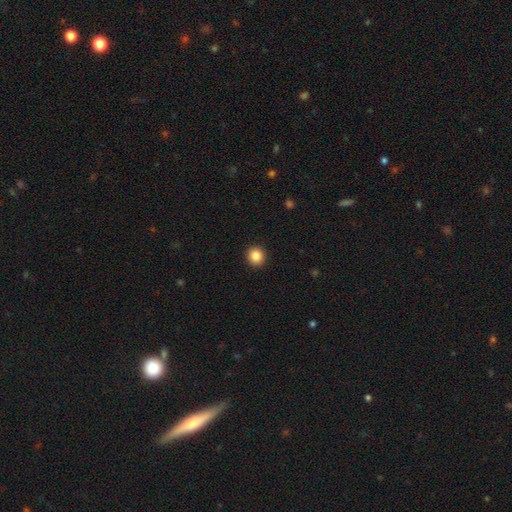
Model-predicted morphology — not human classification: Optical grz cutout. It shows a smooth galaxy with no disk features (86%) that is round (93%). Merging: none (94%).